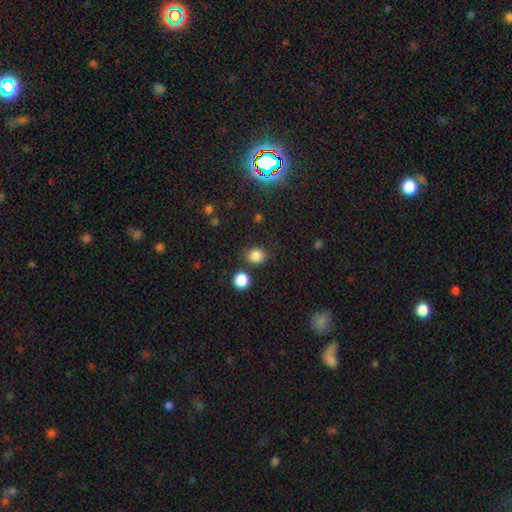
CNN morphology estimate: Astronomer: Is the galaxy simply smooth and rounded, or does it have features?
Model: smooth — 83%.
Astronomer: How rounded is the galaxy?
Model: round — 80%.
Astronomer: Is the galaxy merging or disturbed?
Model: none — 79%.